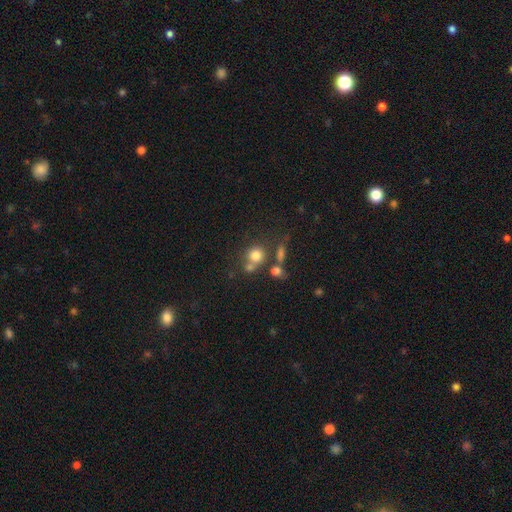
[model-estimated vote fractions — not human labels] A smooth galaxy with no disk features (75%) that is round (82%).

Vote fractions:
- Smooth or featured? smooth: 75% / star or artifact: 14% / featured or disk: 11%
- How rounded? round: 82% / in between: 16% / cigar-shaped: 1%
- Merging? none: 52% / merger: 30% / minor disturbance: 11% / major disturbance: 7%